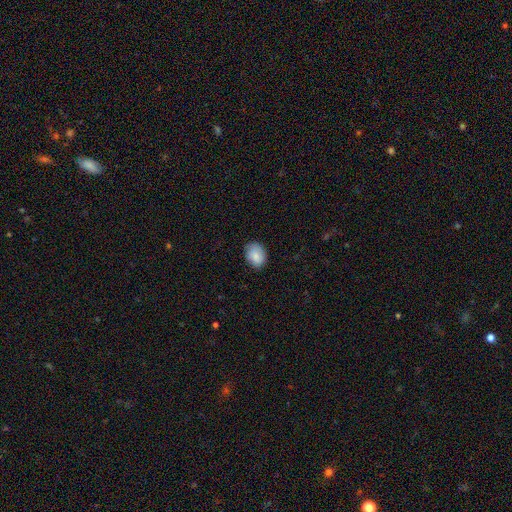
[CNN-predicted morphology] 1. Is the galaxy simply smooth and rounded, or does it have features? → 84% smooth, 8% featured or disk, 7% star or artifact.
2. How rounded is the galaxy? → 63% in between, 36% round, 1% cigar-shaped.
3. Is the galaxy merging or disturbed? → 73% none, 22% minor disturbance, 4% major disturbance, 1% merger.